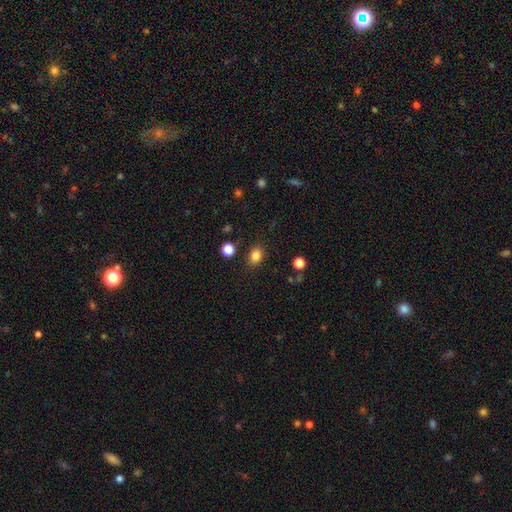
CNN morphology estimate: smooth_or_featured: smooth (p=0.84) [alt: star or artifact p=0.11]
how_rounded: in between (p=0.65) [alt: round p=0.34]
merging: none (p=0.85) [alt: minor disturbance p=0.10]